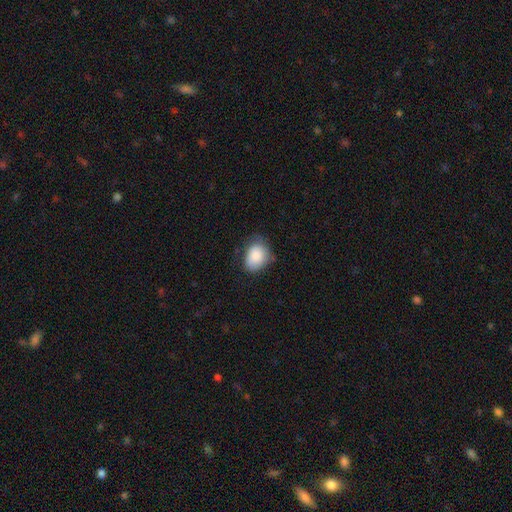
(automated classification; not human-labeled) This is clearly a smooth galaxy (84%). How rounded: likely in between (65%). Merging: possibly none (58%).